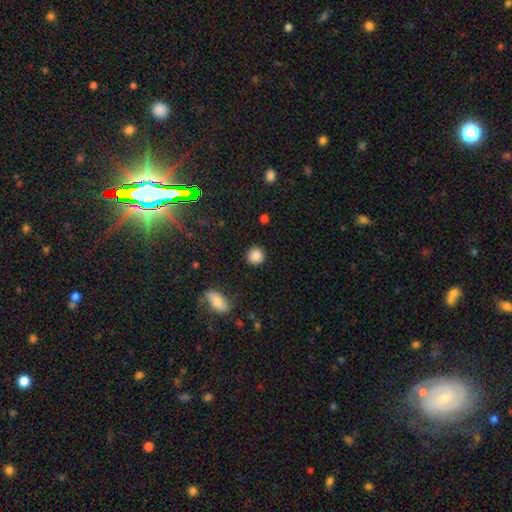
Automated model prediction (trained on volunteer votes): Morphology: type=smooth (86%); roundness=round (90%); merging=none (89%).